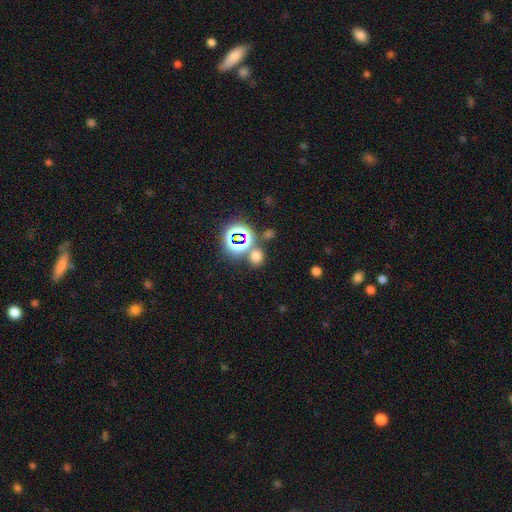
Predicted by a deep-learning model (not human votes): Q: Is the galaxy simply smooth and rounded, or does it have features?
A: smooth — 60%.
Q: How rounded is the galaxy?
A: round — 72%.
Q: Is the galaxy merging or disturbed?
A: none — 72%.